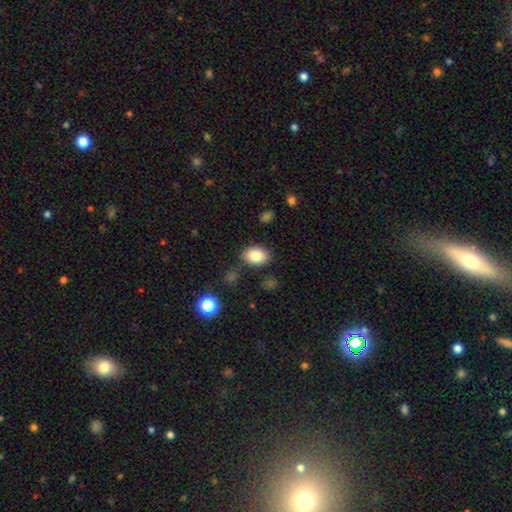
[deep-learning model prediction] Smooth or featured? Predicted: smooth (p=0.84). How rounded? Predicted: in between (p=0.80). Merging? Predicted: none (p=0.81).